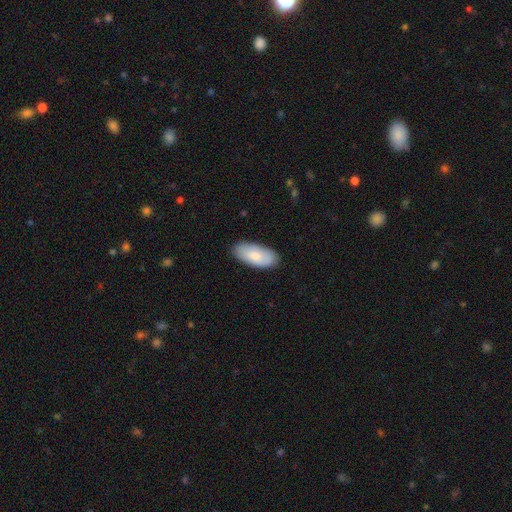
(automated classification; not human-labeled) smooth-or-featured: smooth: 81% | featured or disk: 14% | star or artifact: 5%
  how-rounded: in between: 92% | cigar-shaped: 6% | round: 2%
  merging: none: 84% | minor disturbance: 13% | major disturbance: 2% | merger: 1%